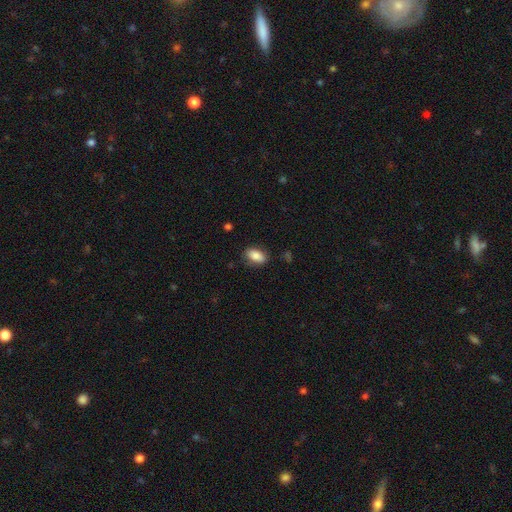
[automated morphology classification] The model was most divided on "merging": none: 81%, minor disturbance: 15%, major disturbance: 3%, merger: 1%. More confident: how rounded — in between (90%); smooth or featured — smooth (86%).